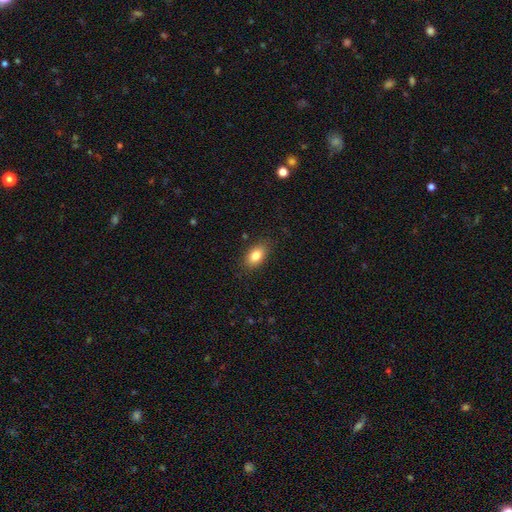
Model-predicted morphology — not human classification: This appears to be a smooth galaxy with no disk features (83%) that is in between round and cigar-shaped (88%). Merging: none (85%).